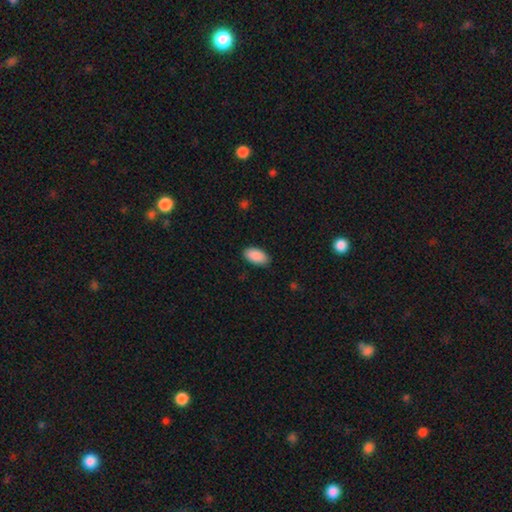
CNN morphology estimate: type=smooth (91%); roundness=in between (95%); merging=none (87%).